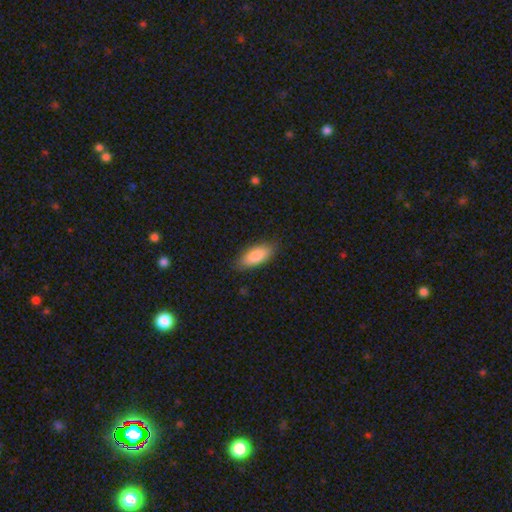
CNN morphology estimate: smooth_or_featured: smooth (p=0.86) [alt: featured or disk p=0.08]
how_rounded: in between (p=0.84) [alt: cigar-shaped p=0.15]
merging: none (p=0.83) [alt: minor disturbance p=0.13]